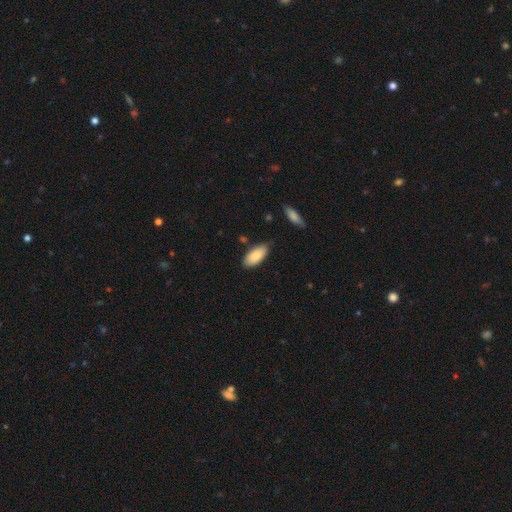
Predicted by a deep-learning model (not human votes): Smooth or featured: smooth — 84% (featured or disk — 10%)
How rounded: in between — 92% (cigar-shaped — 7%)
Merging: none — 77% (minor disturbance — 17%)